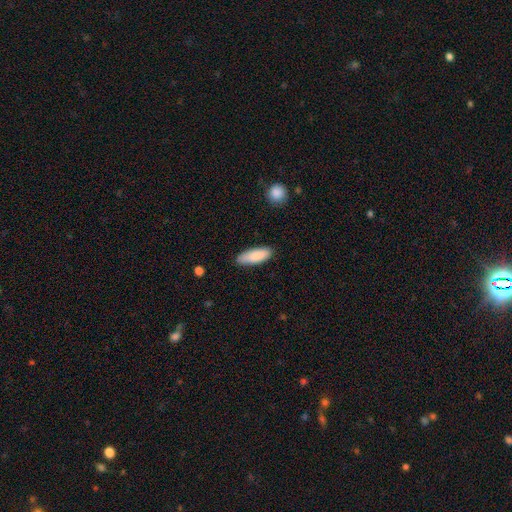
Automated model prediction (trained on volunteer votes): Smooth or featured: smooth — 88% (featured or disk — 7%)
How rounded: in between — 65% (cigar-shaped — 34%)
Merging: none — 85% (minor disturbance — 11%)